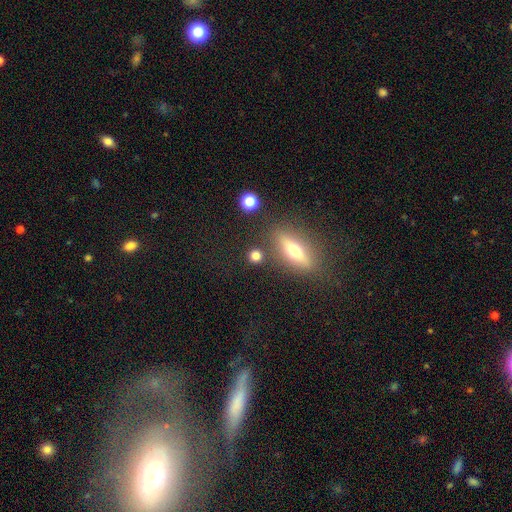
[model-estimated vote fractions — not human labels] A smooth galaxy with no disk features (72%) that is round (77%).

Vote fractions:
- Smooth or featured? smooth: 72% / featured or disk: 15% / star or artifact: 13%
- How rounded? round: 77% / in between: 16% / cigar-shaped: 7%
- Merging? none: 83% / minor disturbance: 8% / merger: 6% / major disturbance: 3%